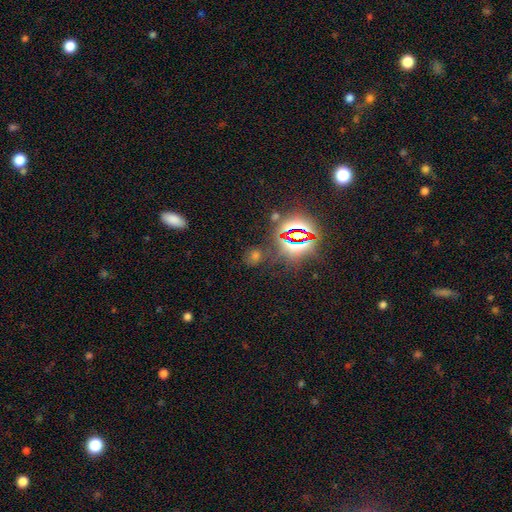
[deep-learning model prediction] Smooth or featured? star or artifact (59%)